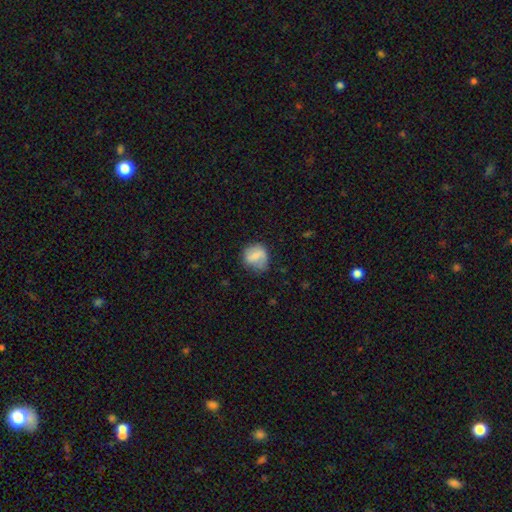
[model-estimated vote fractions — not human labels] smooth 64%, featured or disk 28%, star or artifact 8%. Down the decision tree: how rounded — round (72%); merging — none (61%).